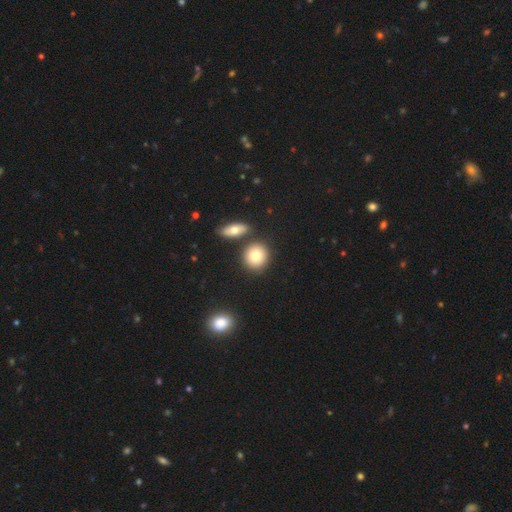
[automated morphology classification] smooth 78%, featured or disk 14%, star or artifact 8%. Down the decision tree: how rounded — round (81%); merging — none (76%).